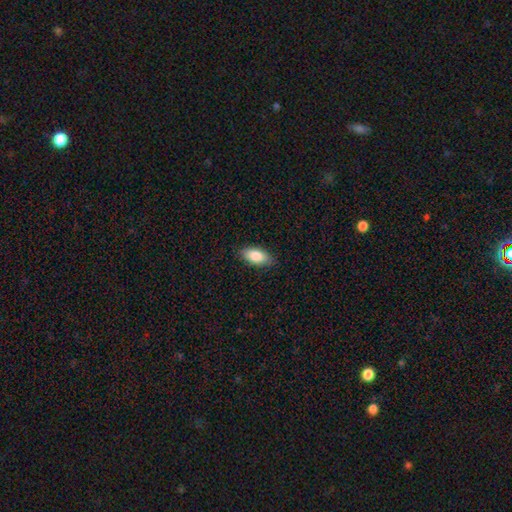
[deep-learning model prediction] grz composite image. It shows a smooth galaxy with no disk features (85%) that is in between round and cigar-shaped (91%). Merging: none (85%).